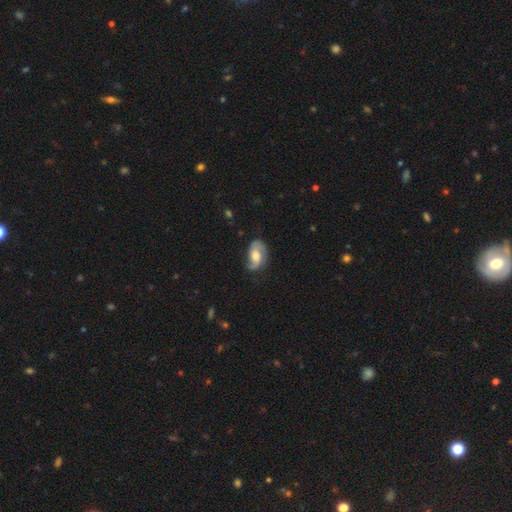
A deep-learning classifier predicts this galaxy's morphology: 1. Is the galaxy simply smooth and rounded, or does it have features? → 70% featured or disk, 24% smooth, 7% star or artifact.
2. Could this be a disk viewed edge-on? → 97% no, 3% yes.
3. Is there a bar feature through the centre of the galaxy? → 55% no, 36% weak, 8% strong.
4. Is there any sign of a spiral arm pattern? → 93% yes, 7% no.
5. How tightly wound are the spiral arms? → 43% medium, 37% loose, 20% tight.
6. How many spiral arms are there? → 84% 2, 7% 1, 6% can't tell, 2% 3, 1% 4, 1% more than 4.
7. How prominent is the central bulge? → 55% moderate, 26% large, 13% small, 4% none, 2% dominant.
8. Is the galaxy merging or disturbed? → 67% none, 23% minor disturbance, 9% major disturbance, 2% merger.